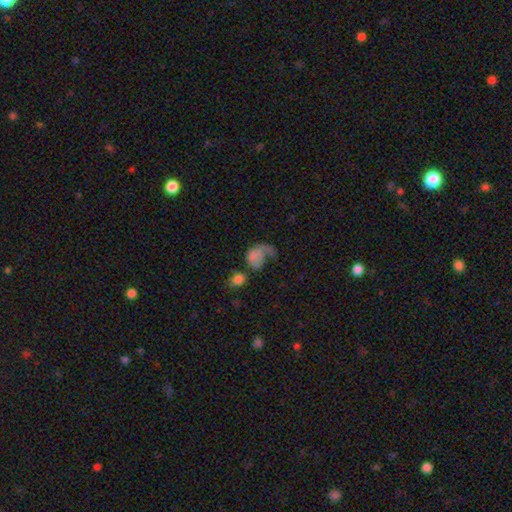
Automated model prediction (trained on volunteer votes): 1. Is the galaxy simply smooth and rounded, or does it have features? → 54% smooth, 35% featured or disk, 11% star or artifact.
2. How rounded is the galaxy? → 63% in between, 35% round, 2% cigar-shaped.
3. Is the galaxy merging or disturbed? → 51% major disturbance, 19% none, 16% merger, 14% minor disturbance.